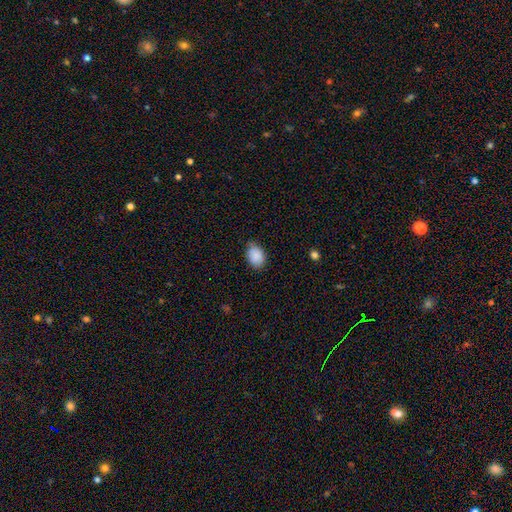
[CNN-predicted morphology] A smooth galaxy with no disk features (88%) that is in between round and cigar-shaped (73%). Merging: none (71%).